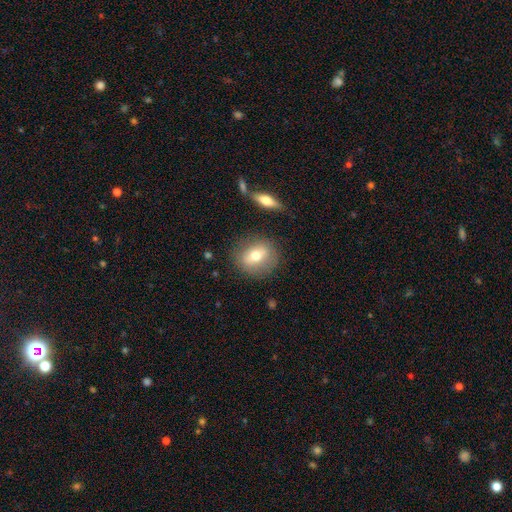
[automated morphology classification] Smooth or featured?
  - smooth: 63% *
  - featured or disk: 28%
  - star or artifact: 8%
How rounded?
  - round: 55% *
  - in between: 42%
  - cigar-shaped: 3%
Merging?
  - none: 81% *
  - minor disturbance: 12%
  - major disturbance: 4%
  - merger: 3%